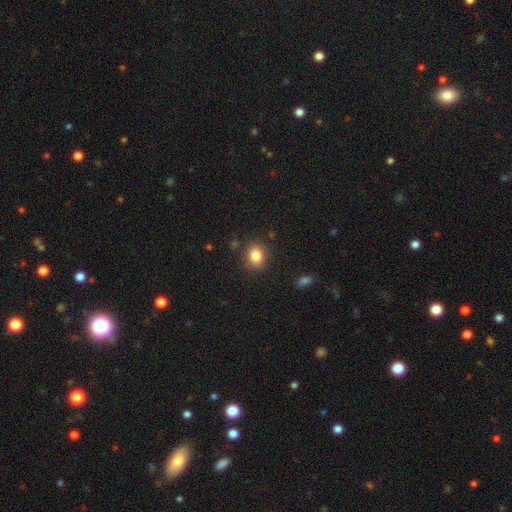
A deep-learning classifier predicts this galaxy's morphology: Overall: smooth (83%). How rounded: round (58%; in between 41%). Merging: none (86%).